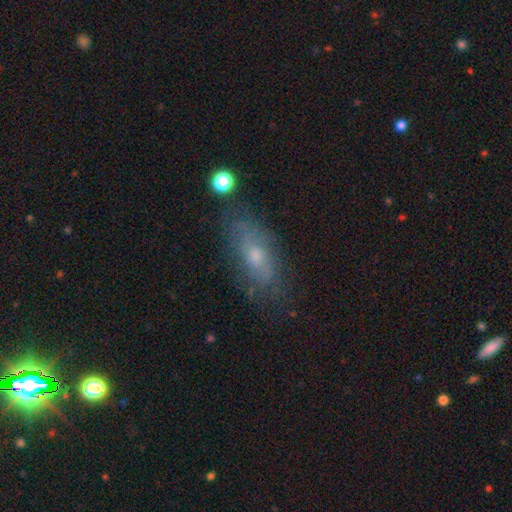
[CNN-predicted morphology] smooth_or_featured: featured or disk (p=0.46) [alt: smooth p=0.44]
merging: none (p=0.66) [alt: minor disturbance p=0.22]